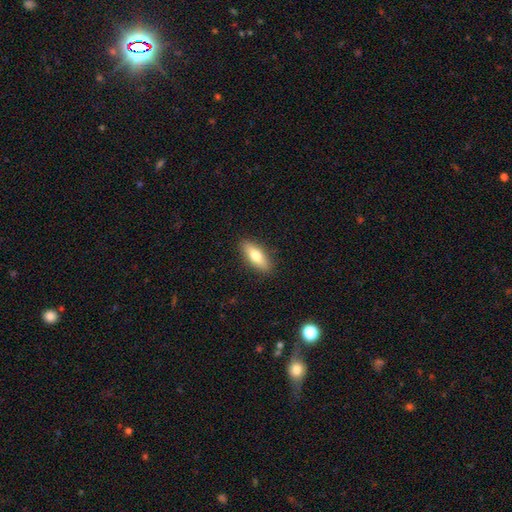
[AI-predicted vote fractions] smooth 70%, featured or disk 24%, star or artifact 6%. Down the decision tree: how rounded — in between (67%); merging — none (89%).